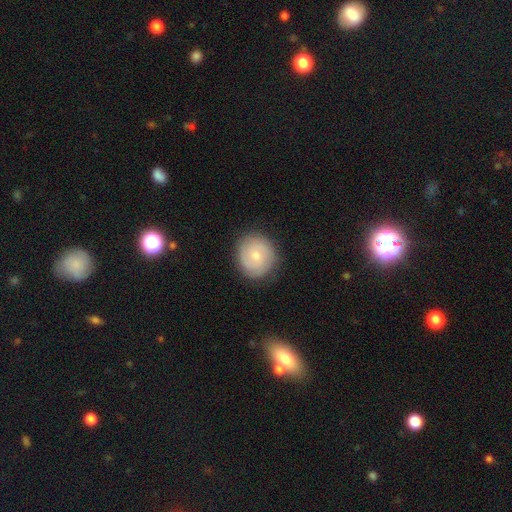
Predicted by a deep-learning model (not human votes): smooth 59%, featured or disk 34%, star or artifact 7%. Down the decision tree: how rounded — round (82%); merging — none (84%).